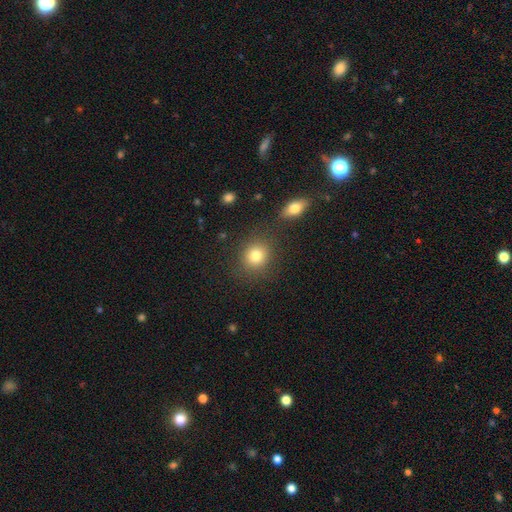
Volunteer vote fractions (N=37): Morphology: type=smooth (81%); roundness=round (83%); merging=none (71%).